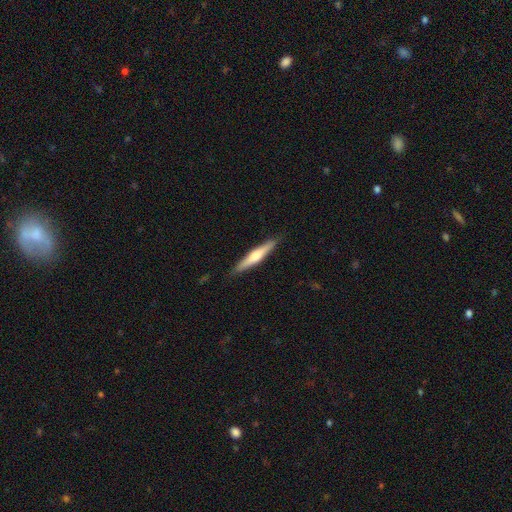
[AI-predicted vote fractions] A smooth galaxy with no disk features (49%).

Vote fractions:
- Smooth or featured? smooth: 49% / featured or disk: 46% / star or artifact: 5%
- Merging? none: 88% / minor disturbance: 9% / major disturbance: 2% / merger: 1%